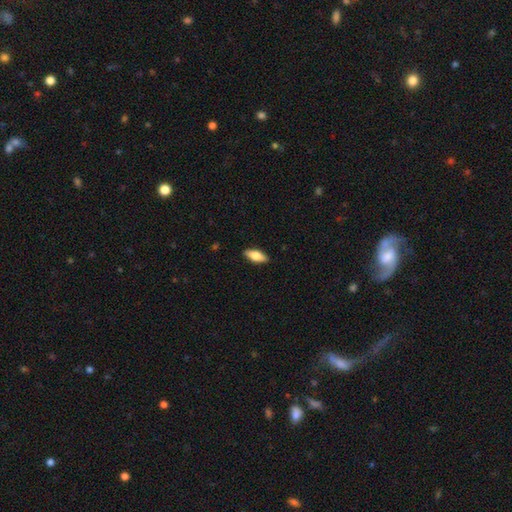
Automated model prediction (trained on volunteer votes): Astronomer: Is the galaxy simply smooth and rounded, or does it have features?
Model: smooth — 70%.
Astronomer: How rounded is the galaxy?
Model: in between — 79%.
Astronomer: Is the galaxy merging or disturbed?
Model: none — 89%.